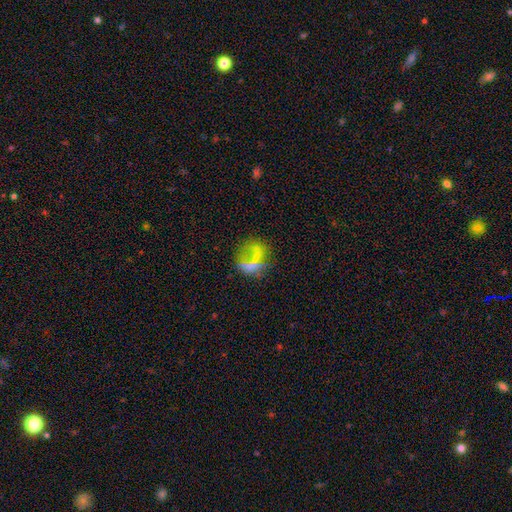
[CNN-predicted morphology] Smooth or featured? Predicted: smooth (p=0.52). How rounded? Predicted: round (p=0.74). Merging? Predicted: none (p=0.56).